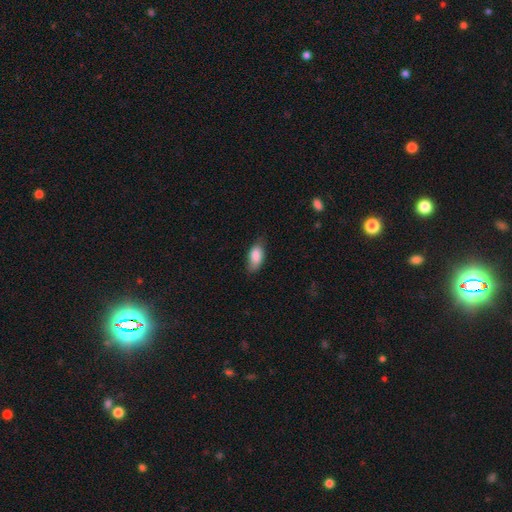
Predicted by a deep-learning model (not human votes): Overall: smooth (86%). How rounded: in between (89%). Merging: none (71%).